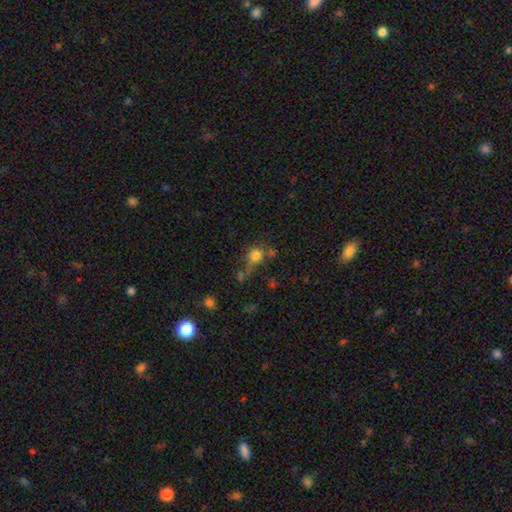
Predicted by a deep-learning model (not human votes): Overall: smooth (73%). How rounded: round (85%). Merging: none (49%; merger 22%).